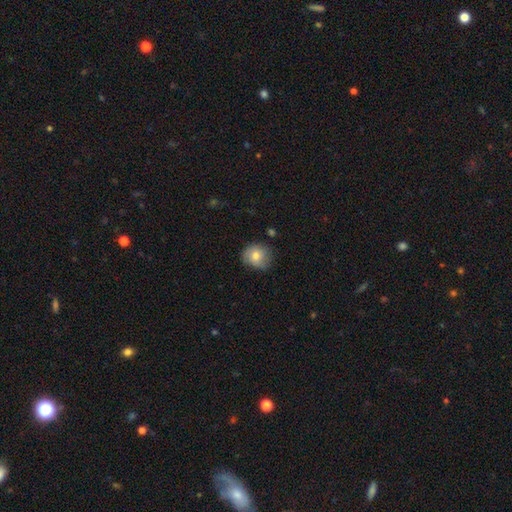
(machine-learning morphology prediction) type=smooth (75%); roundness=round (82%); merging=none (70%).